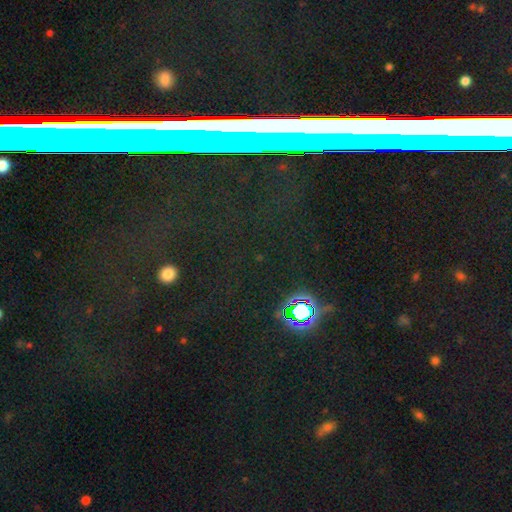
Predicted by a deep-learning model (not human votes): Smooth or featured? Predicted: star or artifact (p=0.62).